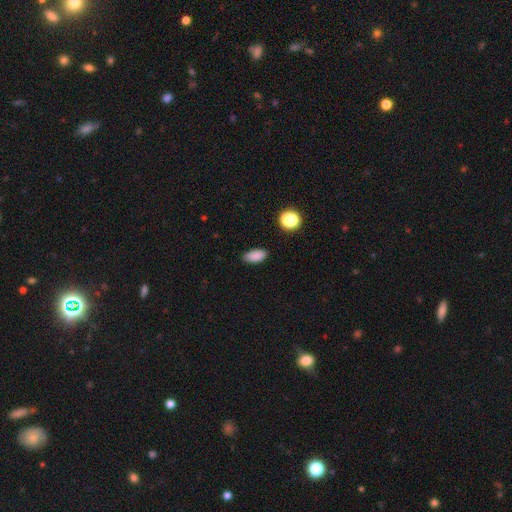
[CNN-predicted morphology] type=smooth (86%); roundness=in between (90%); merging=none (85%).